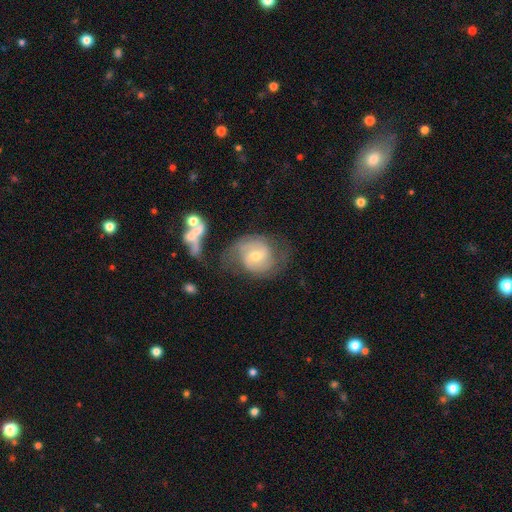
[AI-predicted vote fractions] This is likely a featured or disk galaxy (75%). It is clearly not viewed edge-on (97%). Bar: possibly weak (49%). Spiral arm pattern: clearly yes (91%). Spiral arm count: likely 2 (77%). Spiral winding: possibly medium (46%). Central bulge: possibly moderate (56%). Merging: possibly none (51%).